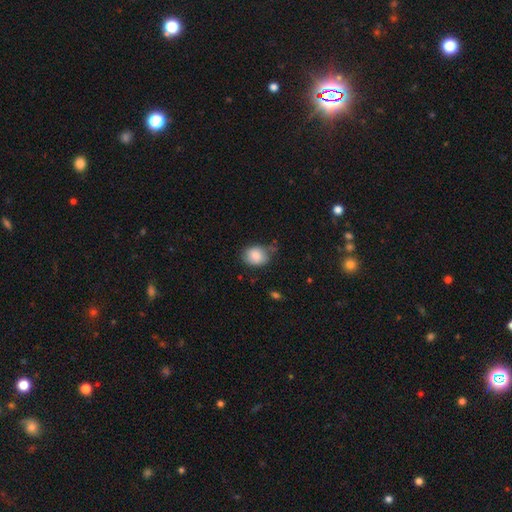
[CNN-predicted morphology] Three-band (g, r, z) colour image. It shows a smooth galaxy with no disk features (84%) that is round (53%). Merging: none (67%).